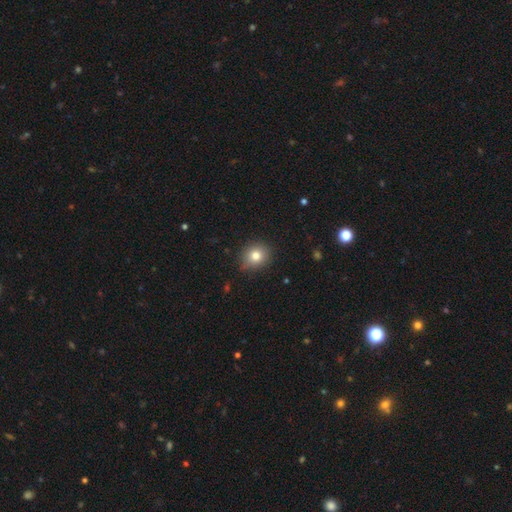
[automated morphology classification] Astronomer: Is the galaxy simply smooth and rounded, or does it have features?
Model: smooth — 79%.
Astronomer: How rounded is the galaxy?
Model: round — 76%.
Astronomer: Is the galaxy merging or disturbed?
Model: none — 81%.